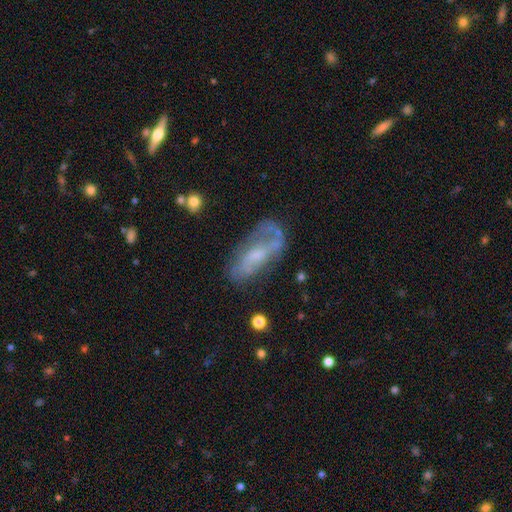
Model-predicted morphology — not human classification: A featured or disk galaxy (58%) with no bar (53%), spiral arms (56%) and a small central bulge (38%). Merging: none (46%).